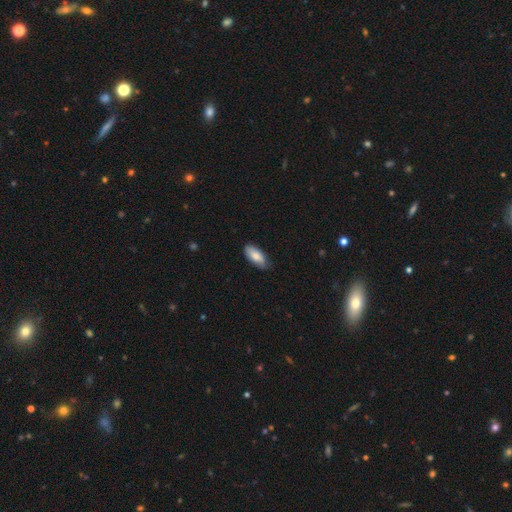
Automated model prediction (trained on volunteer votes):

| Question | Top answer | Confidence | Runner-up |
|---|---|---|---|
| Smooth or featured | smooth | 81% | featured or disk (13%) |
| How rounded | in between | 88% | cigar-shaped (11%) |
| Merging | none | 74% | minor disturbance (22%) |